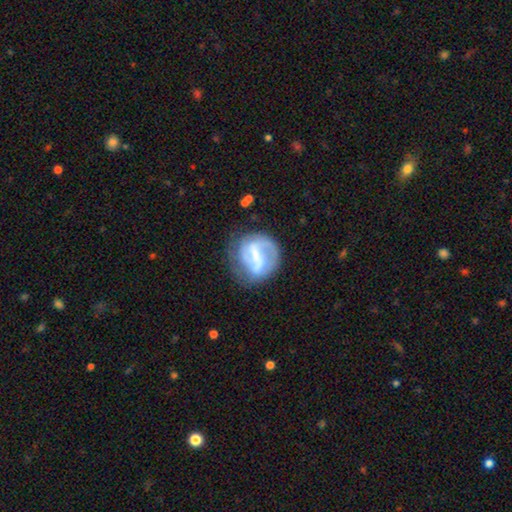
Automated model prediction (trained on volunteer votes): smooth_or_featured: featured or disk (p=0.72) [alt: smooth p=0.21]
disk_edge_on: no (p=0.97) [alt: yes p=0.03]
bar: strong (p=0.50) [alt: weak p=0.37]
has_spiral_arms: yes (p=0.81) [alt: no p=0.19]
spiral_winding: medium (p=0.39) [alt: tight p=0.33]
spiral_arm_count: 2 (p=0.64) [alt: can't tell p=0.16]
bulge_size: none (p=0.37) [alt: small p=0.36]
merging: none (p=0.62) [alt: minor disturbance p=0.21]